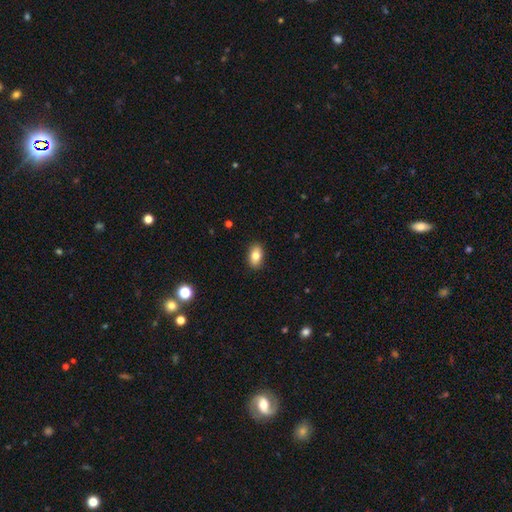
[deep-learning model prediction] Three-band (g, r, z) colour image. It shows a smooth galaxy with no disk features (81%) that is in between round and cigar-shaped (89%). Merging: none (89%).